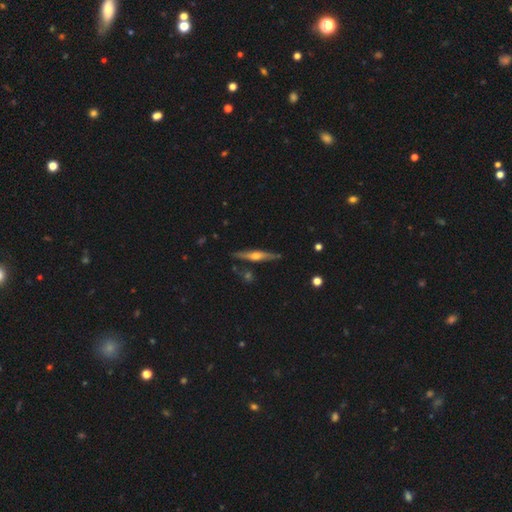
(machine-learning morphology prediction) This appears to be a featured or disk galaxy (73%) viewed edge-on (97%) with a rounded central bulge (90%). Merging: none (85%).